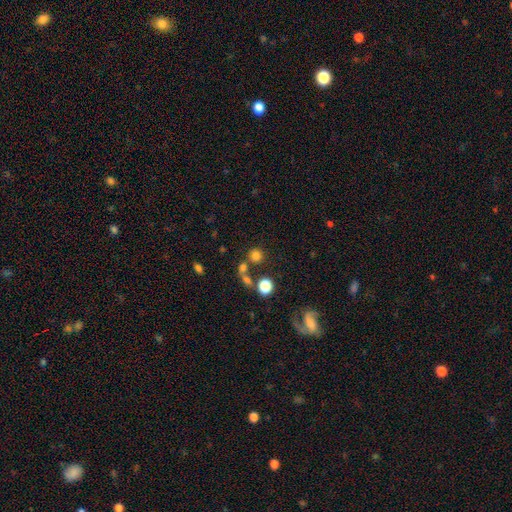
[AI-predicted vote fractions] smooth_or_featured: smooth (p=0.75) [alt: star or artifact p=0.17]
how_rounded: round (p=0.90) [alt: in between p=0.09]
merging: none (p=0.68) [alt: merger p=0.19]